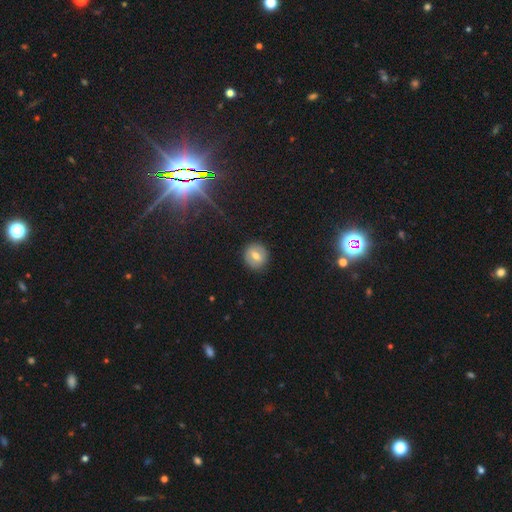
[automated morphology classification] Smooth or featured?
  - smooth: 62% *
  - featured or disk: 27%
  - star or artifact: 11%
How rounded?
  - round: 89% *
  - in between: 10%
  - cigar-shaped: 1%
Merging?
  - none: 90% *
  - minor disturbance: 7%
  - major disturbance: 2%
  - merger: 1%